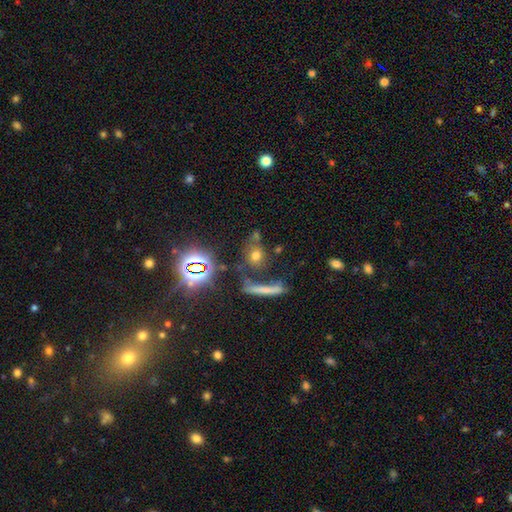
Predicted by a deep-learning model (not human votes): Morphology: type=smooth (60%); roundness=round (59%); merging=none (64%).